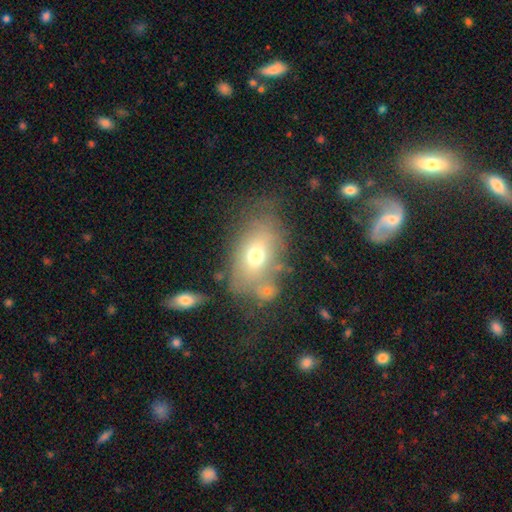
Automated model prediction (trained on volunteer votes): Q: Smooth or featured?
A: smooth (60%); runner-up: featured or disk (28%)
Q: How rounded?
A: in between (83%); runner-up: round (14%)
Q: Merging?
A: none (45%); runner-up: minor disturbance (22%)